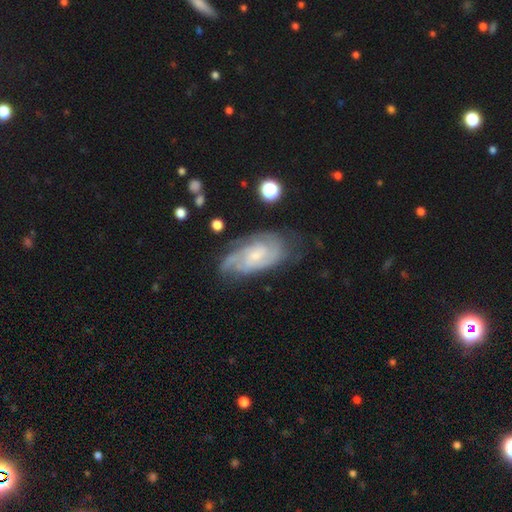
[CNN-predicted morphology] A featured or disk galaxy (79%) with no bar (58%), tight (53%) spiral arms (94%) and a small central bulge (63%). Merging: none (63%).